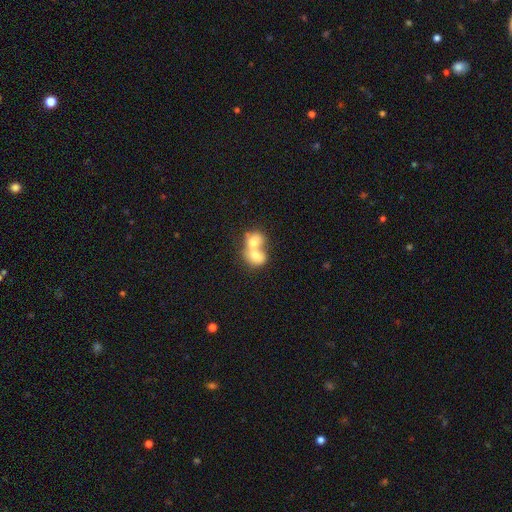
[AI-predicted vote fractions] This is likely a smooth galaxy (69%). How rounded: possibly in between (50%). Merging: likely merger (79%).